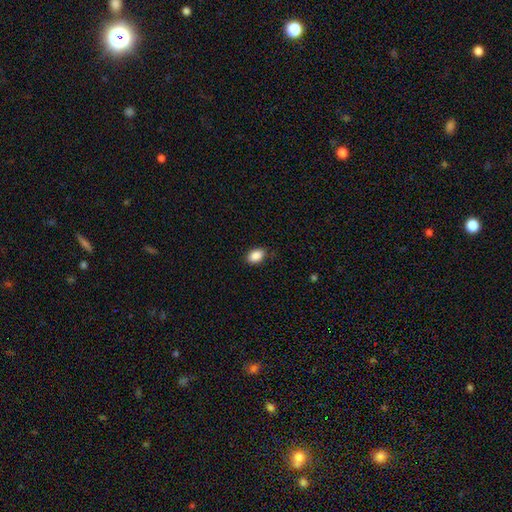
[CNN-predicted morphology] A smooth galaxy with no disk features (89%) that is in between round and cigar-shaped (86%). Merging: none (87%).